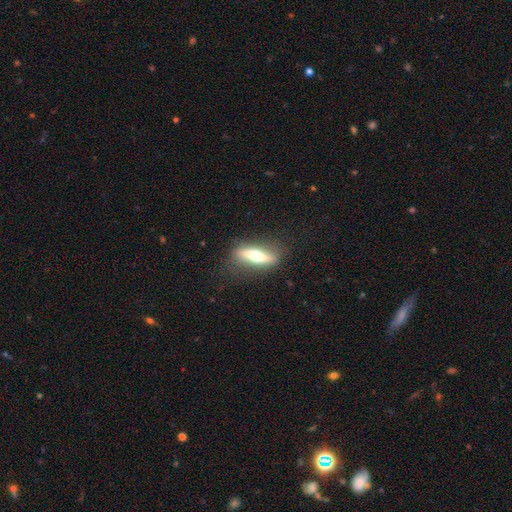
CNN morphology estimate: smooth-or-featured: featured or disk: 52% | smooth: 42% | star or artifact: 6%
  disk-edge-on: yes: 75% | no: 25%
  merging: none: 82% | minor disturbance: 13% | major disturbance: 5% | merger: 1%